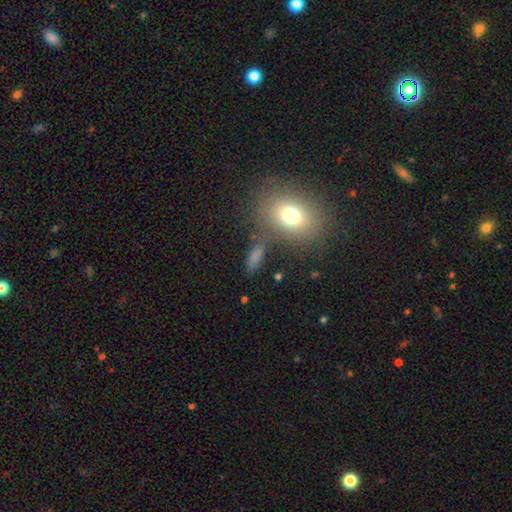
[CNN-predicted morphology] type=smooth (71%); roundness=in between (58%); merging=none (68%).